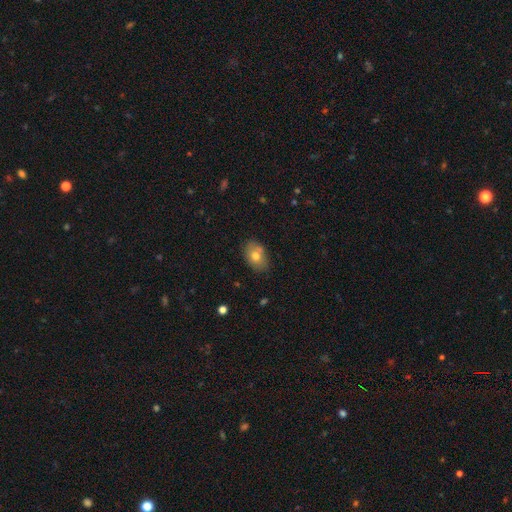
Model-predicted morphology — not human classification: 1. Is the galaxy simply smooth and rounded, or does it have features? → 73% smooth, 19% featured or disk, 8% star or artifact.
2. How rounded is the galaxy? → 83% in between, 15% round, 1% cigar-shaped.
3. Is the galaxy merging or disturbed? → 76% none, 15% minor disturbance, 6% merger, 3% major disturbance.